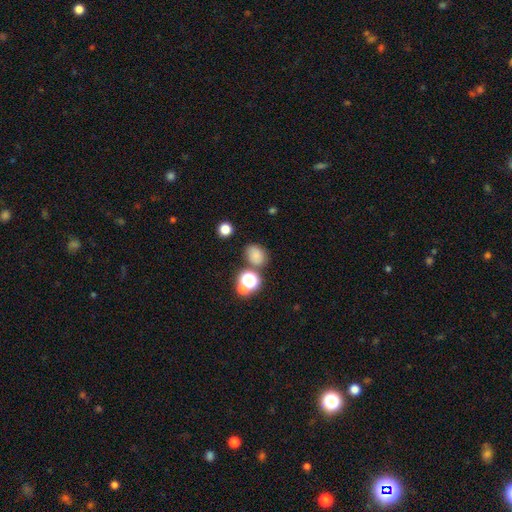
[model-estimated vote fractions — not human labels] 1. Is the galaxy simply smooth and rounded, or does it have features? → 73% smooth, 20% star or artifact, 7% featured or disk.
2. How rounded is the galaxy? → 56% in between, 43% round, 1% cigar-shaped.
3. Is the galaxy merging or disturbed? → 69% none, 15% minor disturbance, 12% merger, 5% major disturbance.